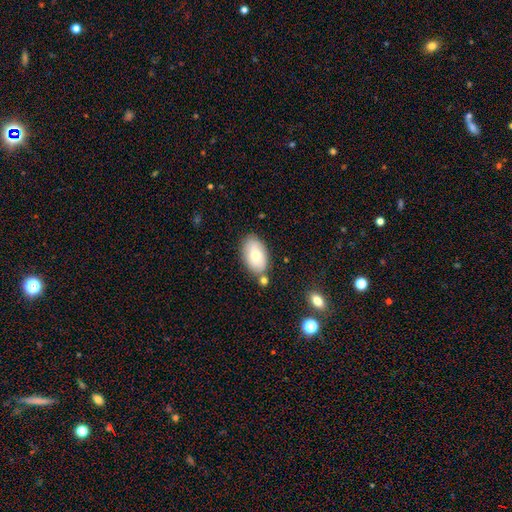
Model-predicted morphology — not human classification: This appears to be a smooth galaxy with no disk features (71%) that is in between round and cigar-shaped (92%). Merging: none (73%).